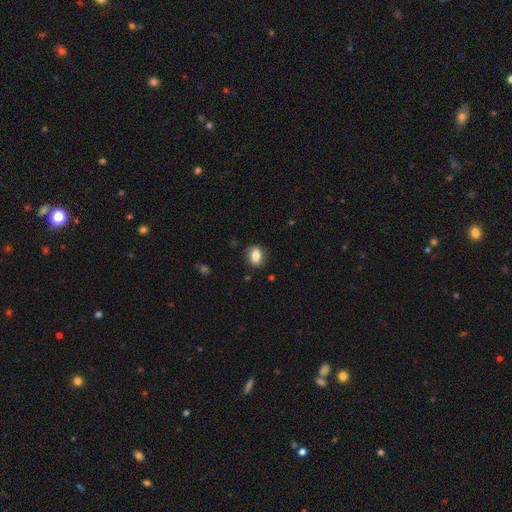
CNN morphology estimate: This is clearly a smooth galaxy (80%). How rounded: likely in between (64%). Merging: clearly none (83%).